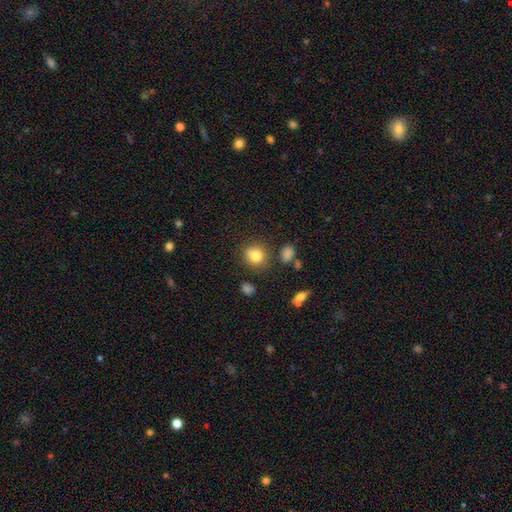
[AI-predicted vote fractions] Overall: smooth (80%). How rounded: round (81%). Merging: none (77%).